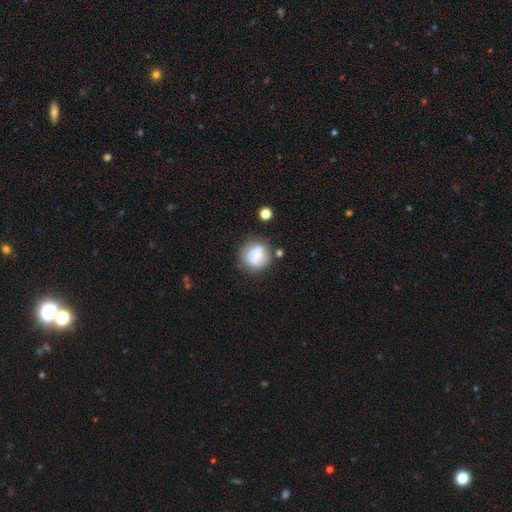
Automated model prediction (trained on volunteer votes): Smooth or featured: smooth — 63% (featured or disk — 27%)
How rounded: round — 78% (in between — 21%)
Merging: none — 54% (minor disturbance — 21%)